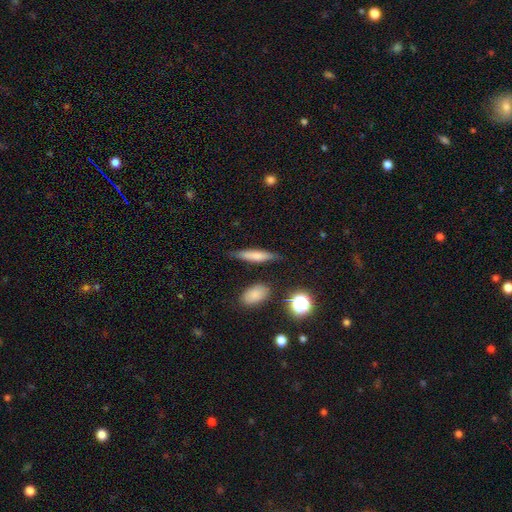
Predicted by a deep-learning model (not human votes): smooth-or-featured: smooth: 69% | featured or disk: 22% | star or artifact: 9%
  how-rounded: cigar-shaped: 73% | in between: 23% | round: 3%
  merging: none: 77% | minor disturbance: 16% | major disturbance: 4% | merger: 3%